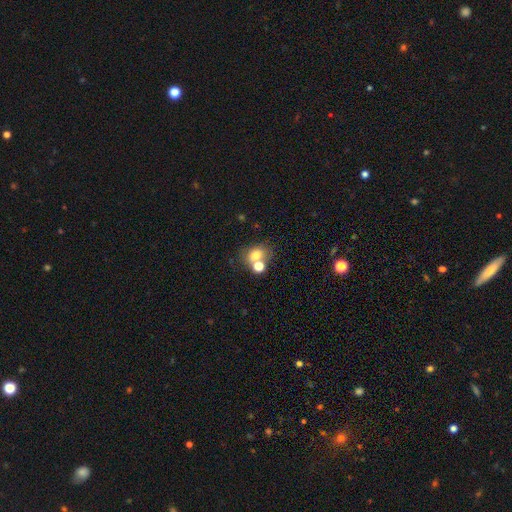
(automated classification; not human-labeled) Overall: smooth (72%). How rounded: in between (50%; round 49%). Merging: none (44%; merger 40%).